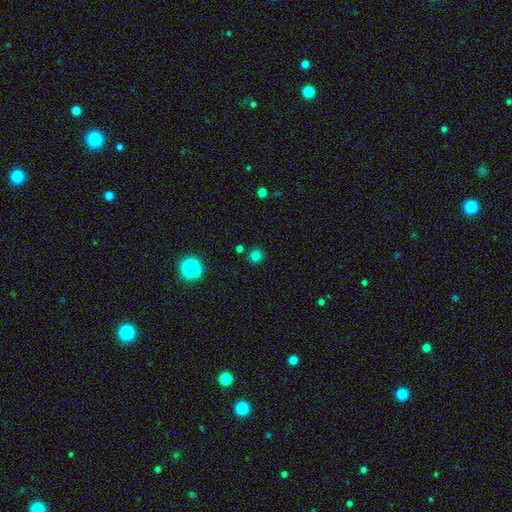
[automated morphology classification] smooth_or_featured: smooth (p=0.76) [alt: star or artifact p=0.19]
how_rounded: round (p=0.93) [alt: in between p=0.06]
merging: none (p=0.85) [alt: minor disturbance p=0.07]